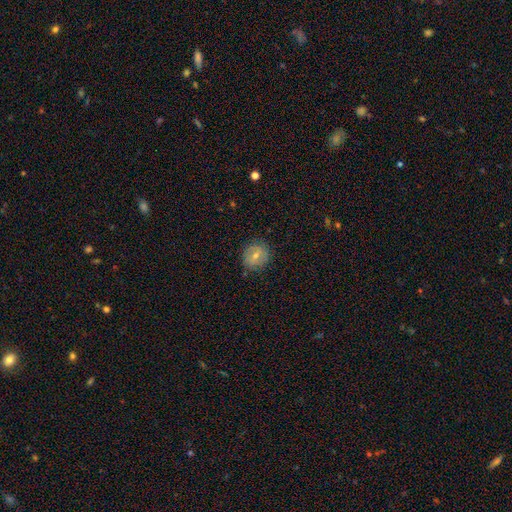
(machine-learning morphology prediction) smooth 56%, featured or disk 35%, star or artifact 9%. Down the decision tree: how rounded — round (77%); merging — none (82%).